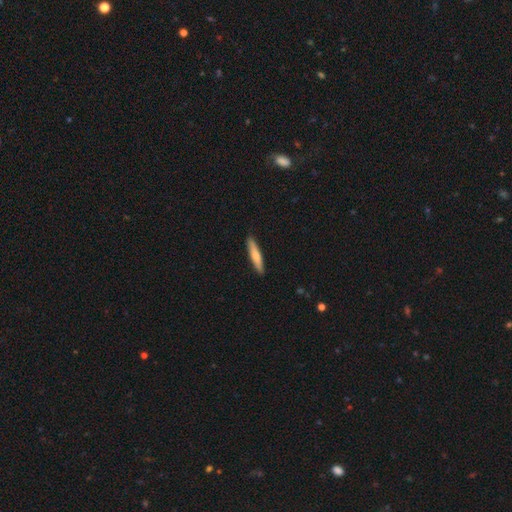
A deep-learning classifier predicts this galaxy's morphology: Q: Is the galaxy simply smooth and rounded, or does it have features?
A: smooth — 67%.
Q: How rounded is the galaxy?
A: cigar-shaped — 90%.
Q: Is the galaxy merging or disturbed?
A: none — 91%.